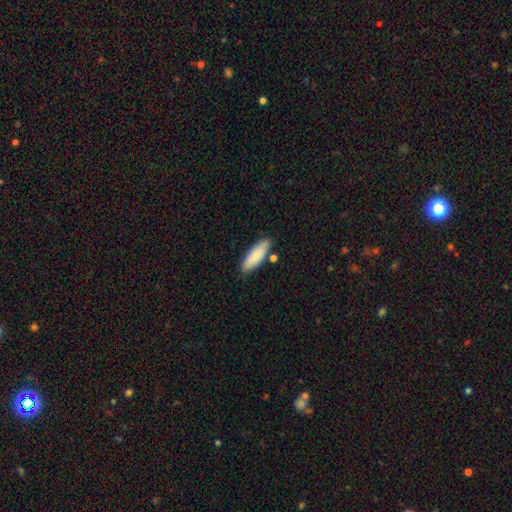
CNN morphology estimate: smooth_or_featured: smooth (p=0.84) [alt: featured or disk p=0.11]
how_rounded: in between (p=0.58) [alt: cigar-shaped p=0.40]
merging: none (p=0.79) [alt: minor disturbance p=0.13]